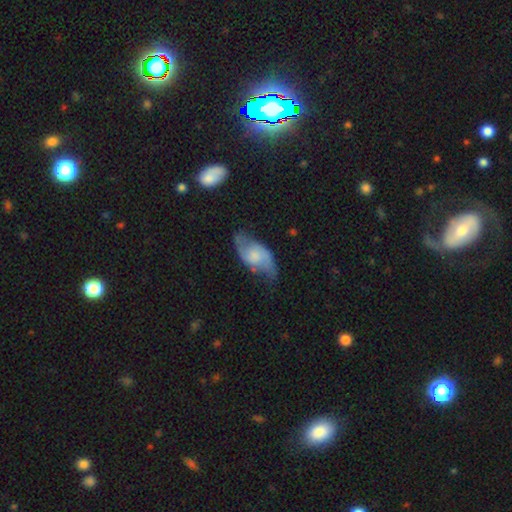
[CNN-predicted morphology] Smooth or featured?
  - featured or disk: 63% *
  - smooth: 30%
  - star or artifact: 7%
Edge-on disk?
  - no: 92% *
  - yes: 8%
Bar?
  - no: 61% *
  - weak: 33%
  - strong: 6%
Spiral arms?
  - yes: 87% *
  - no: 13%
Spiral winding?
  - loose: 53% *
  - medium: 35%
  - tight: 12%
Spiral arm count?
  - 2: 87% *
  - can't tell: 7%
  - 1: 3%
  - 3: 1%
  - 4: 1%
  - more than 4: 1%
Bulge size?
  - small: 30% * (tied)
  - moderate: 30% * (tied)
  - none: 23%
  - large: 14%
  - dominant: 3%
Merging?
  - none: 59% *
  - minor disturbance: 26%
  - major disturbance: 12%
  - merger: 3%